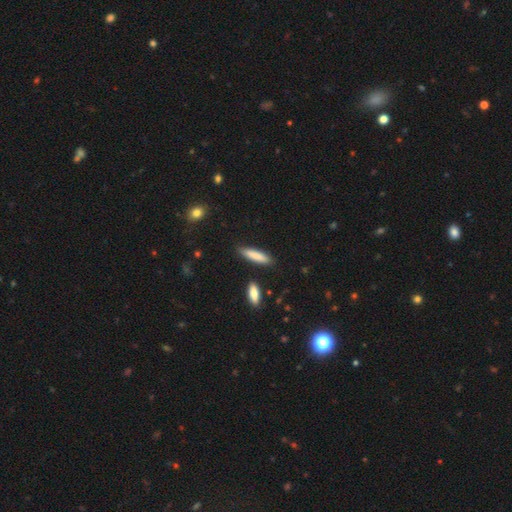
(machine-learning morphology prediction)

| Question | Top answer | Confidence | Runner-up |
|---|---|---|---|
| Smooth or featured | smooth | 82% | featured or disk (12%) |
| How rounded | cigar-shaped | 79% | in between (20%) |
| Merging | none | 86% | minor disturbance (10%) |